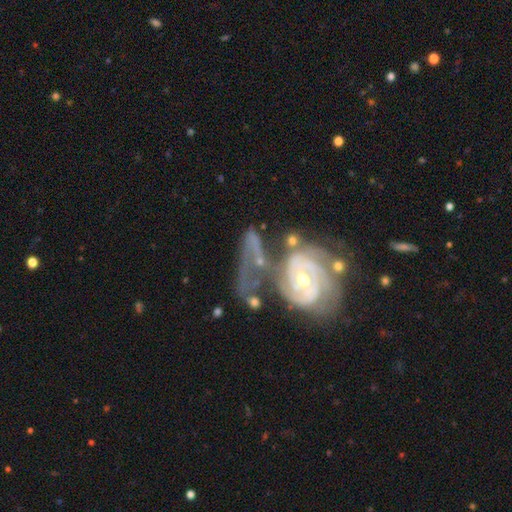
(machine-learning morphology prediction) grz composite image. It shows a featured or disk galaxy (86%) with no bar (60%), 2 (44%) tight (63%) spiral arms (93%) and a moderate central bulge (53%). Merging: merger (31%).